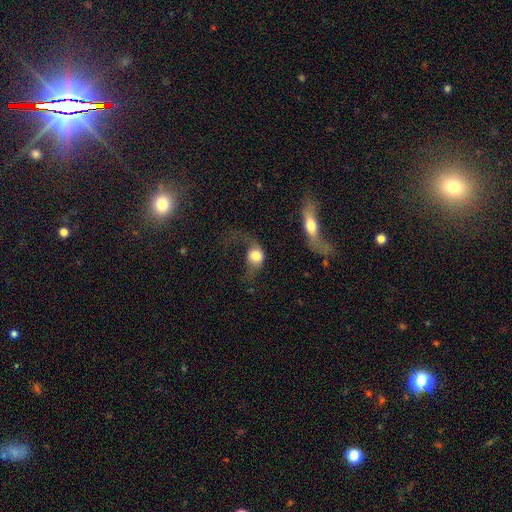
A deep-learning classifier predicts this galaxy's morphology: Overall: smooth (61%; featured or disk 31%). How rounded: round (55%; in between 43%). Merging: major disturbance (57%; none 19%).